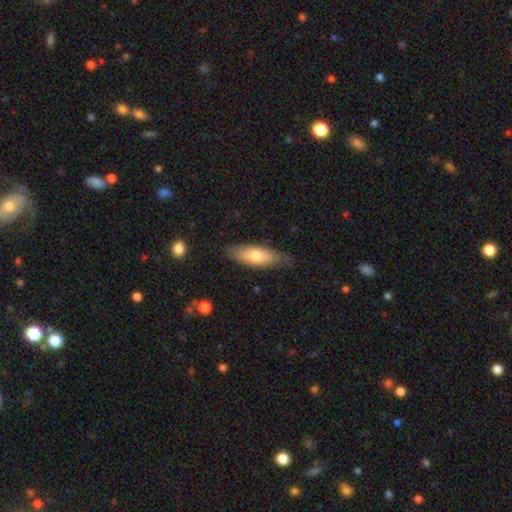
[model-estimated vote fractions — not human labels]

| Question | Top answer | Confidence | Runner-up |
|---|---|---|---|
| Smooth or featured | smooth | 67% | featured or disk (28%) |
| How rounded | in between | 62% | cigar-shaped (36%) |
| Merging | none | 75% | minor disturbance (20%) |